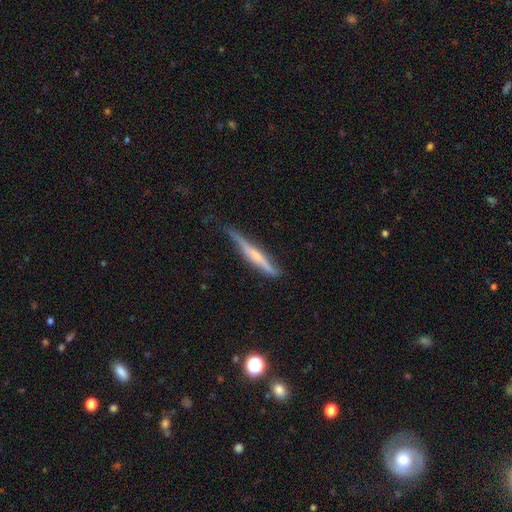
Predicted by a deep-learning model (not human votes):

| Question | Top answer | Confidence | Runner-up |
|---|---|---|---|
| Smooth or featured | featured or disk | 54% | smooth (39%) |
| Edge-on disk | yes | 94% | no (6%) |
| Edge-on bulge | rounded | 45% | none (42%) |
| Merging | none | 61% | minor disturbance (30%) |